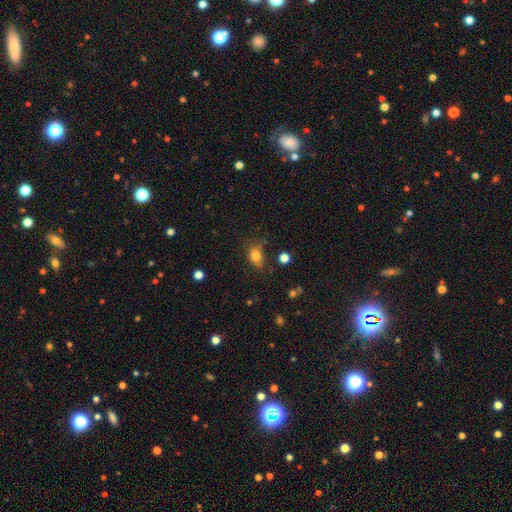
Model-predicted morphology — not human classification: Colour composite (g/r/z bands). It shows a smooth galaxy with no disk features (80%) that is in between round and cigar-shaped (68%). Merging: none (65%).